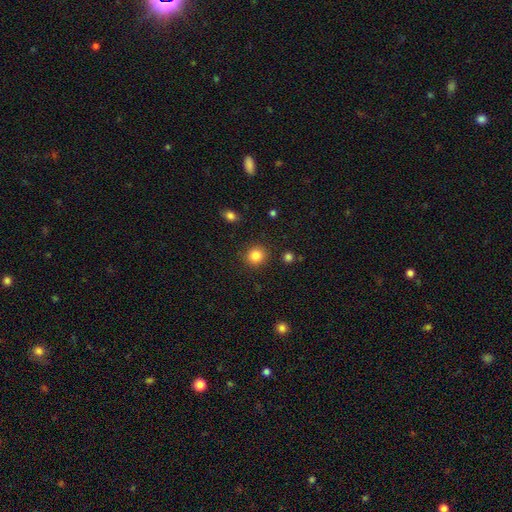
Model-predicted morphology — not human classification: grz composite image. It shows a smooth galaxy with no disk features (85%) that is round (90%). Merging: none (90%).